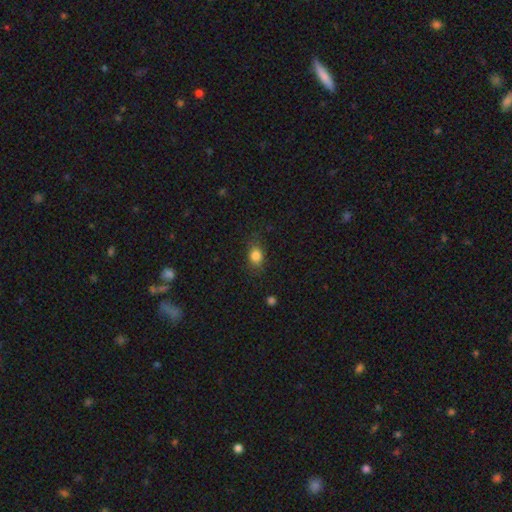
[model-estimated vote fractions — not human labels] A smooth galaxy with no disk features (83%) that is in between round and cigar-shaped (59%).

Vote fractions:
- Smooth or featured? smooth: 83% / star or artifact: 10% / featured or disk: 6%
- How rounded? in between: 59% / round: 40% / cigar-shaped: 2%
- Merging? none: 76% / minor disturbance: 17% / major disturbance: 5% / merger: 1%